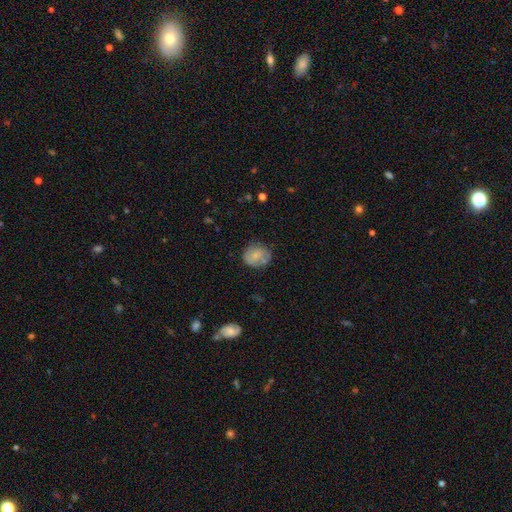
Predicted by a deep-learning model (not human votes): Smooth or featured? Predicted: smooth (p=0.61). How rounded? Predicted: round (p=0.73). Merging? Predicted: none (p=0.68).